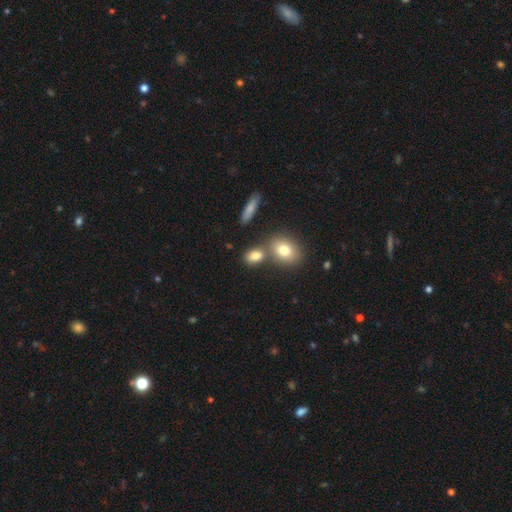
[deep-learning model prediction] Overall: smooth (79%). How rounded: in between (70%). Merging: none (58%; merger 27%).